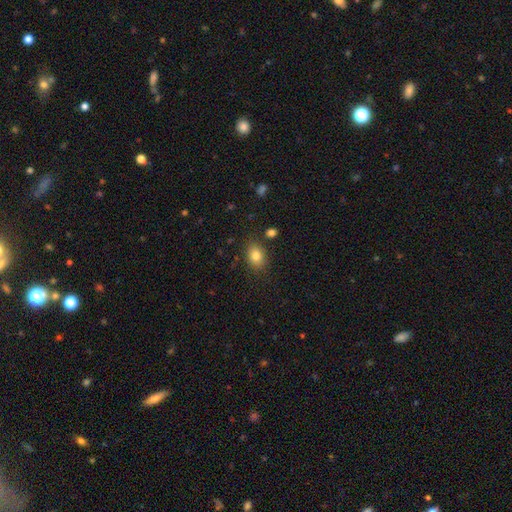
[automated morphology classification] Smooth or featured: smooth — 83% (star or artifact — 10%)
How rounded: in between — 72% (round — 27%)
Merging: none — 82% (minor disturbance — 11%)